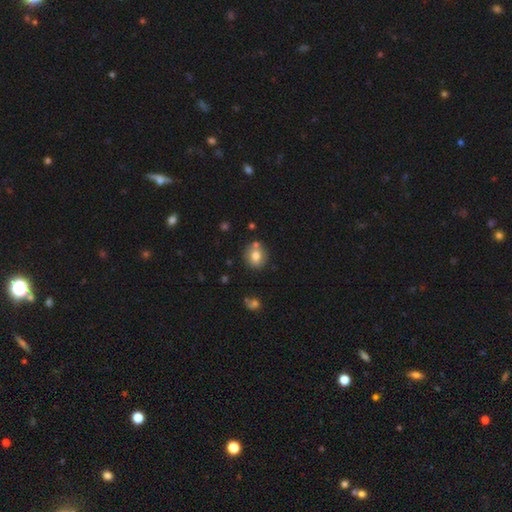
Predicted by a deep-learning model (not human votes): Smooth or featured? smooth (75%)
How rounded? round (80%)
Merging? none (73%)